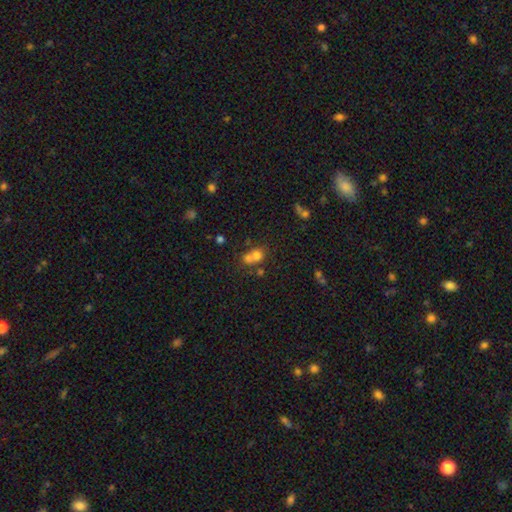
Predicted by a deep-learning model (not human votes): This is likely a smooth galaxy (67%). How rounded: likely round (76%). Merging: possibly merger (56%).